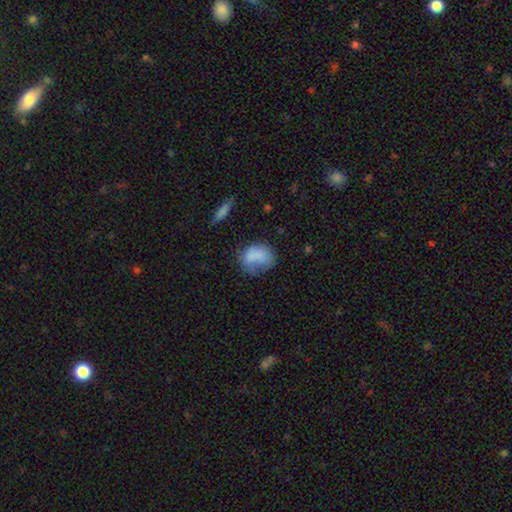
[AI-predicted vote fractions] Smooth or featured? Predicted: smooth (p=0.77). How rounded? Predicted: in between (p=0.52). Merging? Predicted: none (p=0.44).